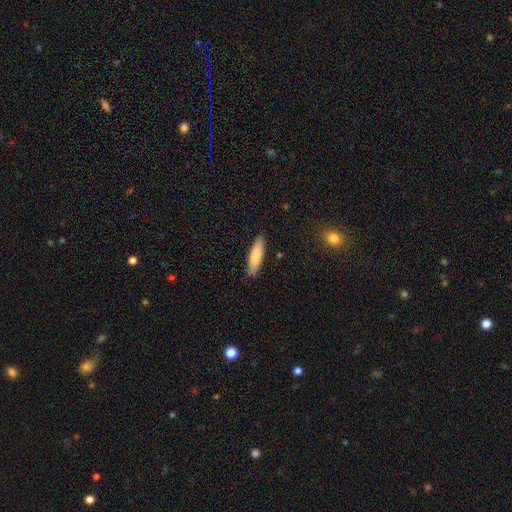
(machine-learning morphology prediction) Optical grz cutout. It shows a smooth galaxy with no disk features (81%) that is cigar-shaped (65%). Merging: none (89%).